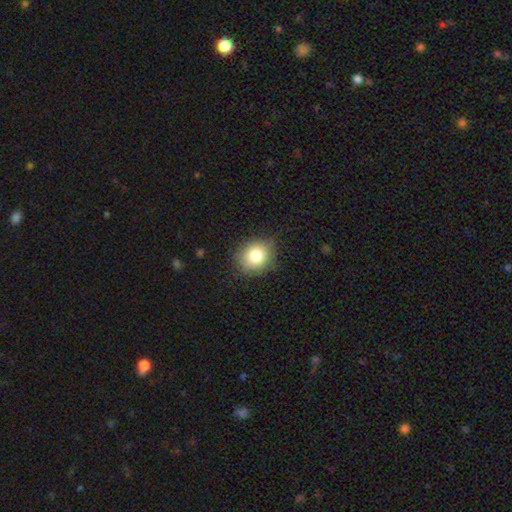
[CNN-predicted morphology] Smooth or featured?
  - smooth: 82% *
  - star or artifact: 10%
  - featured or disk: 8%
How rounded?
  - round: 65% *
  - in between: 34%
  - cigar-shaped: 1%
Merging?
  - none: 83% *
  - minor disturbance: 13%
  - major disturbance: 3%
  - merger: 1%